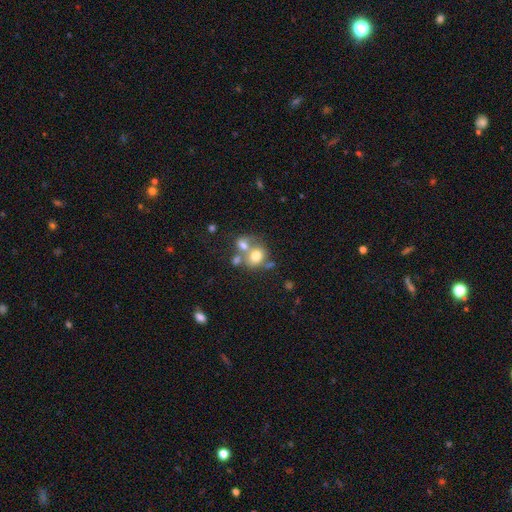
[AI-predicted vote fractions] The model was most divided on "merging": merger: 53%, none: 31%, minor disturbance: 10%, major disturbance: 6%. More confident: smooth or featured — smooth (67%); how rounded — round (64%).